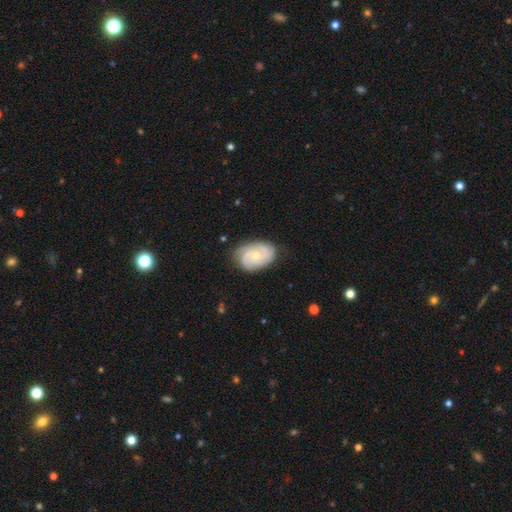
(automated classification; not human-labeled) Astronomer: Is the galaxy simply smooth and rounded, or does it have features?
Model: featured or disk — 74%.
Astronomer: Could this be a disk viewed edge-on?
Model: no — 97%.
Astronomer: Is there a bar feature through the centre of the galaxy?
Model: no — 75%.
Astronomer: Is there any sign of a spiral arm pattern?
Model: yes — 93%.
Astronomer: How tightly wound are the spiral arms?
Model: tight — 56% (runner-up: medium, 35%).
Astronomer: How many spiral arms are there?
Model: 3 — 37% (runner-up: 2, 28%).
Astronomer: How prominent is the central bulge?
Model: small — 51% (runner-up: moderate, 46%).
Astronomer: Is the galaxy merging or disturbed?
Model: none — 73%.